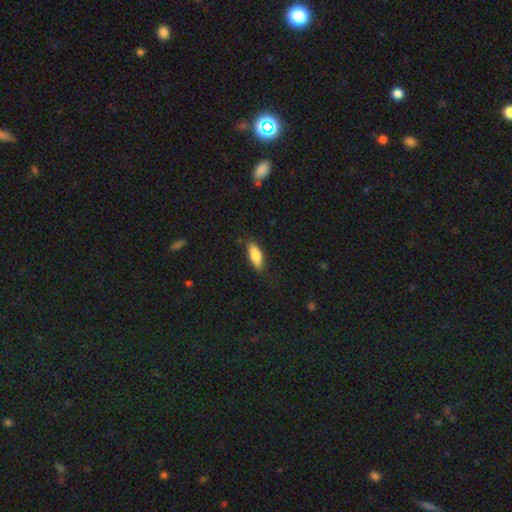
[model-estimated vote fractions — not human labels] Smooth or featured: smooth — 81% (featured or disk — 13%)
How rounded: in between — 75% (cigar-shaped — 23%)
Merging: none — 76% (minor disturbance — 19%)